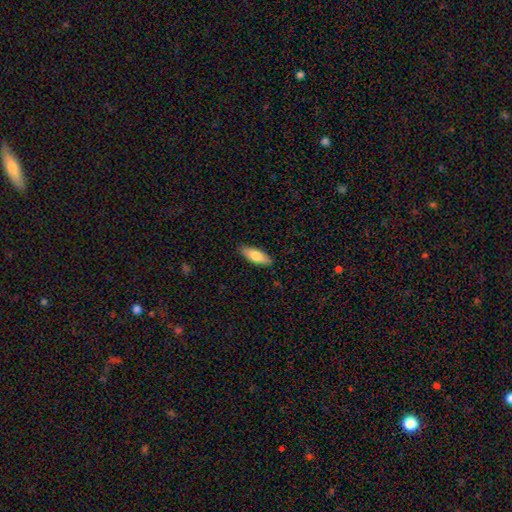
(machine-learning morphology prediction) Smooth or featured? Predicted: smooth (p=0.78). How rounded? Predicted: in between (p=0.66). Merging? Predicted: none (p=0.88).